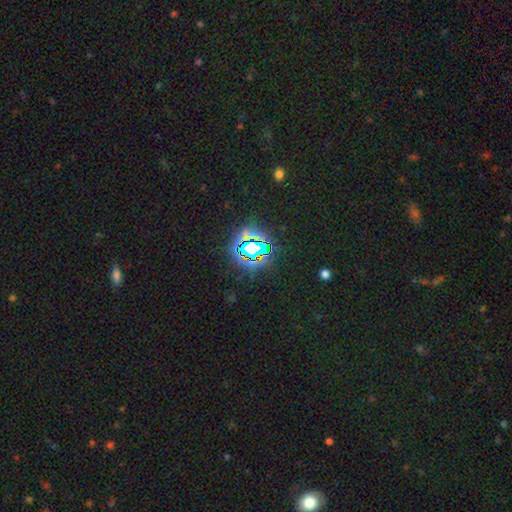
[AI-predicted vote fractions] smooth_or_featured: star or artifact (p=0.77) [alt: smooth p=0.13]